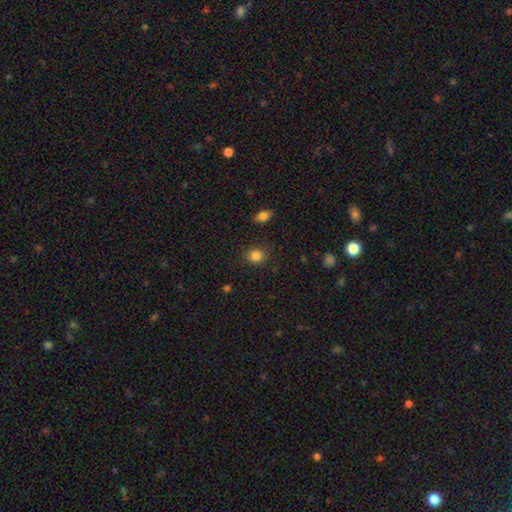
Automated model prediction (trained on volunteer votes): Morphology: type=smooth (85%); roundness=round (80%); merging=none (86%).